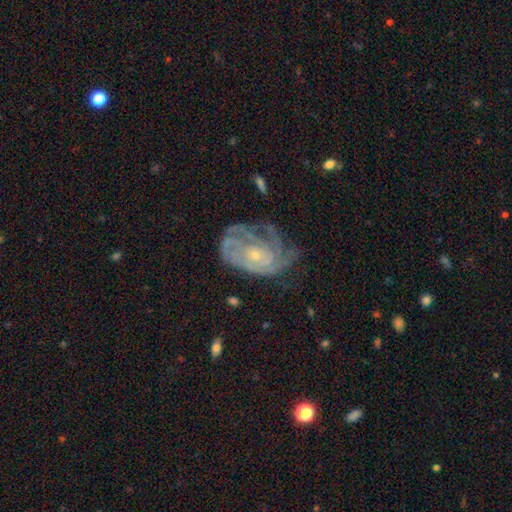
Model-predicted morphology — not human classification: Q: Smooth or featured?
A: featured or disk (83%); runner-up: smooth (10%)
Q: Edge-on disk?
A: no (97%); runner-up: yes (3%)
Q: Bar?
A: no (76%); runner-up: weak (19%)
Q: Spiral arms?
A: yes (92%); runner-up: no (8%)
Q: Spiral winding?
A: tight (67%); runner-up: medium (25%)
Q: Spiral arm count?
A: can't tell (37%); runner-up: 3 (19%)
Q: Bulge size?
A: small (74%); runner-up: moderate (22%)
Q: Merging?
A: none (51%); runner-up: minor disturbance (26%)